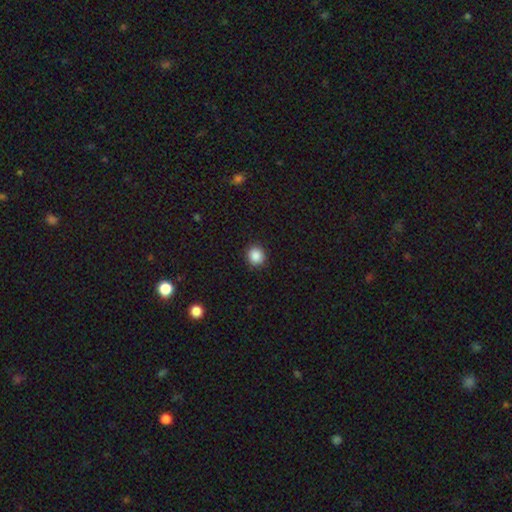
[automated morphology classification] A smooth galaxy with no disk features (87%) that is round (88%). Merging: none (91%).